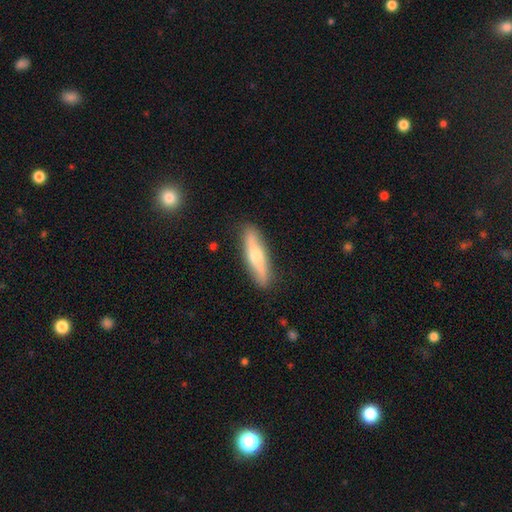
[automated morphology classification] A smooth galaxy with no disk features (48%). Merging: none (87%).